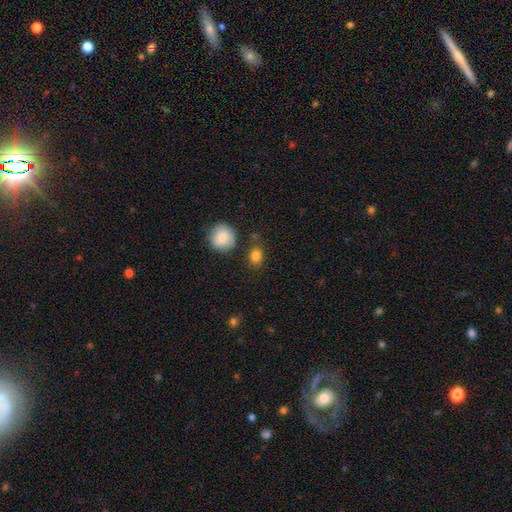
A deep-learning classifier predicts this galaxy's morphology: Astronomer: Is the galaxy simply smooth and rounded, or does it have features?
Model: smooth — 84%.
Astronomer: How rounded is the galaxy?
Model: round — 50% (runner-up: in between, 48%).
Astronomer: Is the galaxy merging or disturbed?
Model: none — 77%.